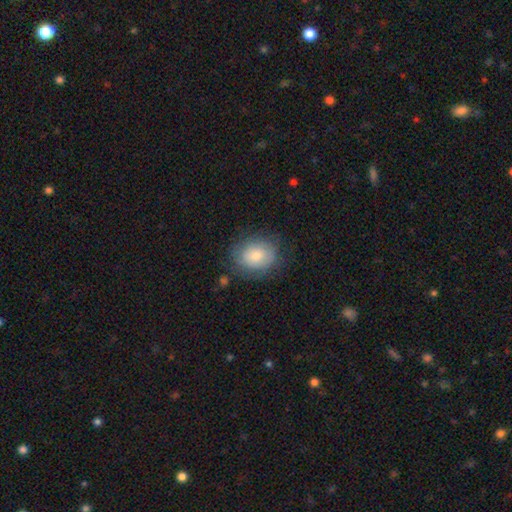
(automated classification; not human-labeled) Smooth or featured? Predicted: smooth (p=0.69). How rounded? Predicted: round (p=0.63). Merging? Predicted: none (p=0.74).